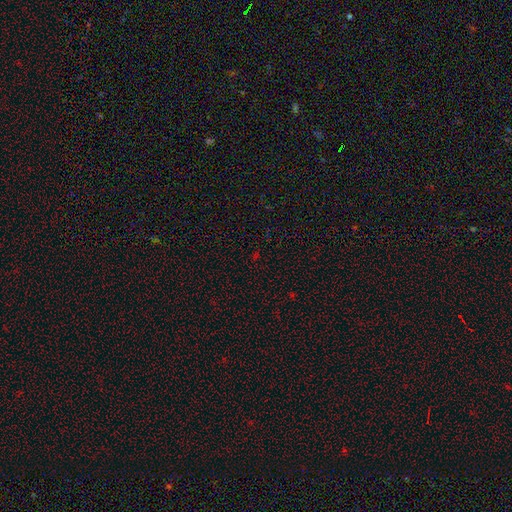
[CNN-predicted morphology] Overall: star or artifact (67%).